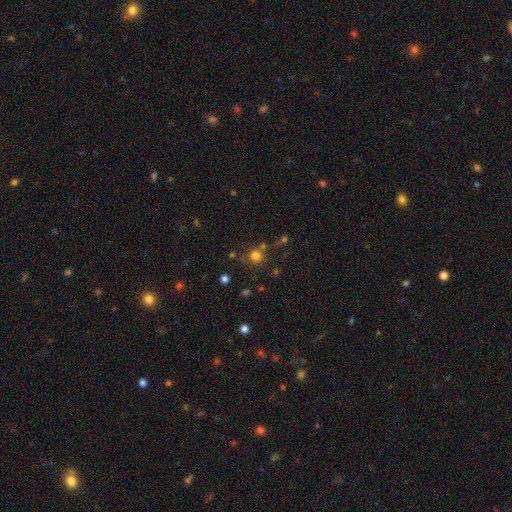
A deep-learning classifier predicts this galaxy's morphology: This appears to be a smooth galaxy with no disk features (76%) that is round (92%). Merging: none (72%).